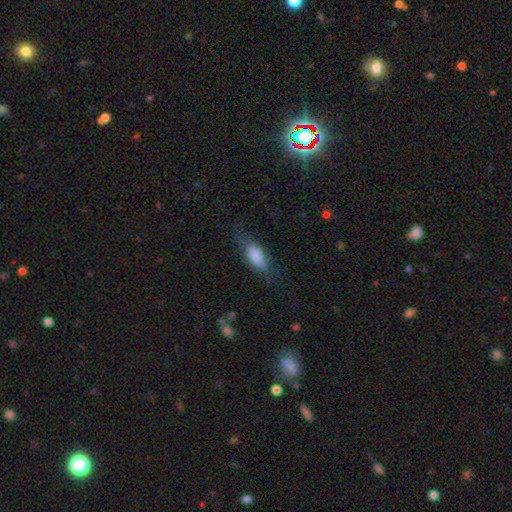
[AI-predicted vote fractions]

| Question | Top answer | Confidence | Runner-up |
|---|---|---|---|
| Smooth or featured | smooth | 79% | featured or disk (14%) |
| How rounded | in between | 75% | cigar-shaped (22%) |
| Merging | none | 62% | minor disturbance (25%) |